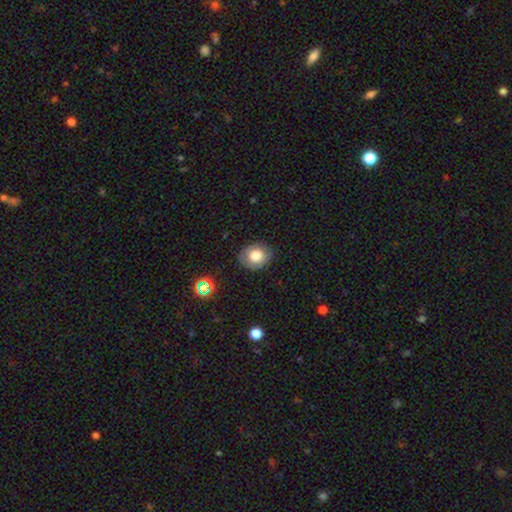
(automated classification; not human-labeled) The model was most divided on "how rounded": in between: 51%, round: 48%, cigar-shaped: 1%. More confident: merging — none (83%); smooth or featured — smooth (72%).